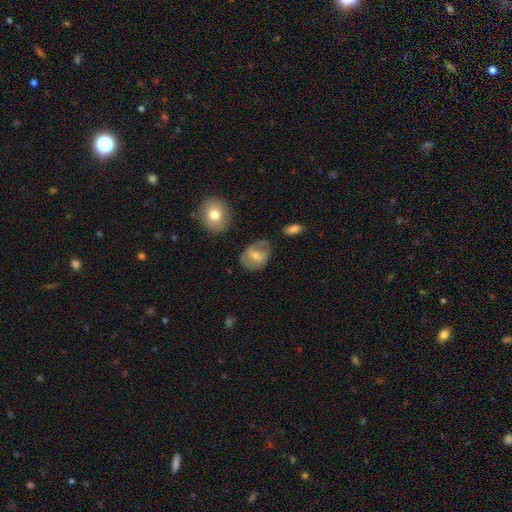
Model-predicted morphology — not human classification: Smooth or featured?
  - smooth: 54% *
  - featured or disk: 39%
  - star or artifact: 8%
How rounded?
  - in between: 62% *
  - round: 36%
  - cigar-shaped: 2%
Merging?
  - none: 63% *
  - minor disturbance: 24%
  - major disturbance: 10%
  - merger: 3%